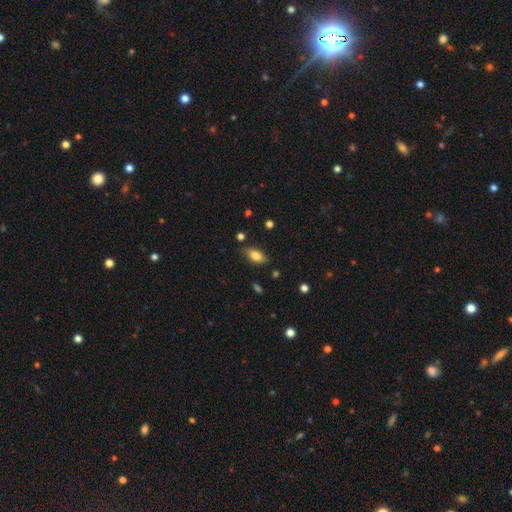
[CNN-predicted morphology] A smooth galaxy with no disk features (82%) that is in between round and cigar-shaped (89%).

Vote fractions:
- Smooth or featured? smooth: 82% / featured or disk: 10% / star or artifact: 8%
- How rounded? in between: 89% / cigar-shaped: 6% / round: 5%
- Merging? none: 80% / minor disturbance: 15% / major disturbance: 3% / merger: 2%